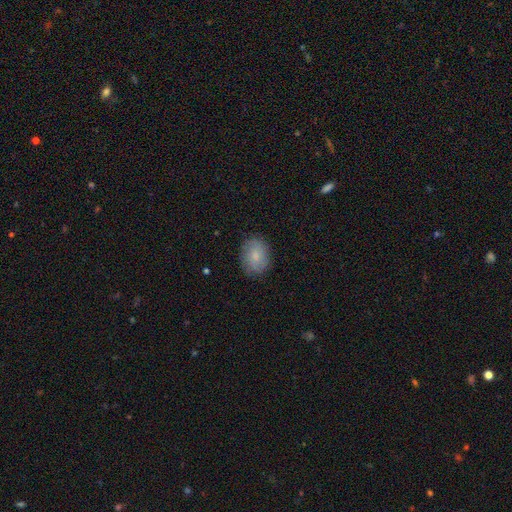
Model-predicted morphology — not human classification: The model was most divided on "how rounded": in between: 57%, round: 41%, cigar-shaped: 1%. More confident: merging — none (82%); smooth or featured — smooth (76%).